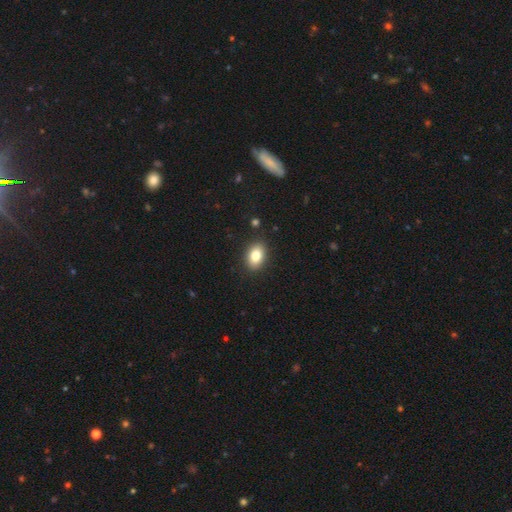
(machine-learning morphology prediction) Overall: smooth (82%). How rounded: in between (82%). Merging: none (88%).